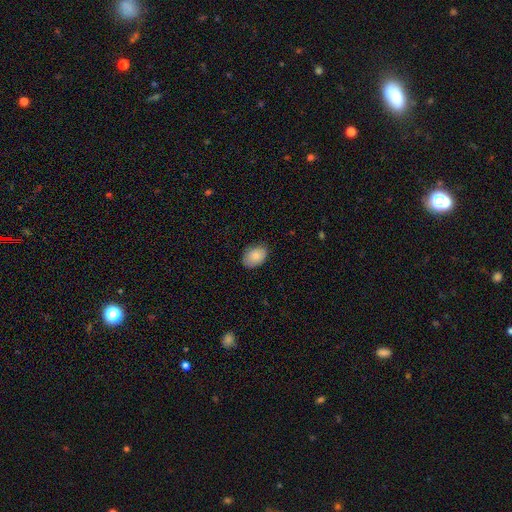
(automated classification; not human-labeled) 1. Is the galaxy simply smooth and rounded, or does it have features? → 85% smooth, 8% featured or disk, 7% star or artifact.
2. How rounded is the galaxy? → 82% in between, 17% round, 1% cigar-shaped.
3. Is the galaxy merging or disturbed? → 81% none, 16% minor disturbance, 3% major disturbance, 1% merger.